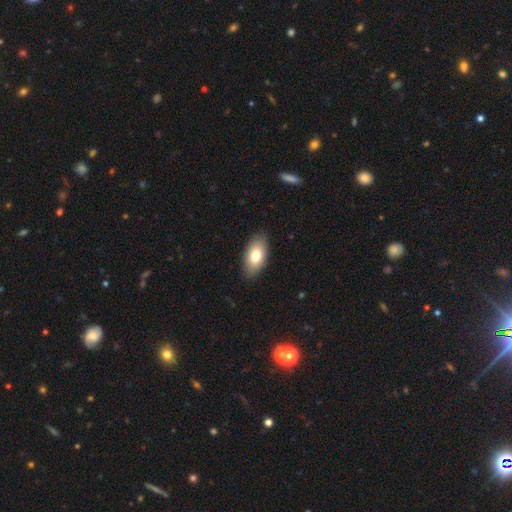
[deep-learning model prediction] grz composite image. It shows a smooth galaxy with no disk features (78%) that is in between round and cigar-shaped (93%). Merging: none (87%).